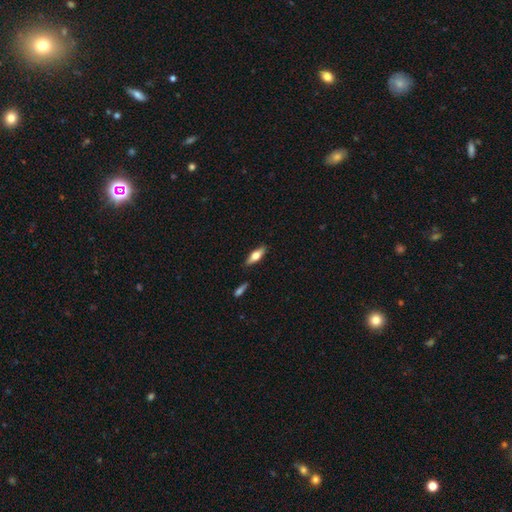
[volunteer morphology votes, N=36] Smooth or featured?
  - smooth: 64% *
  - featured or disk: 33%
  - star or artifact: 3%
How rounded?
  - in between: 61% *
  - cigar-shaped: 39%
  - round: 0%
Merging?
  - none: 83% *
  - minor disturbance: 11%
  - major disturbance: 3%
  - merger: 3%